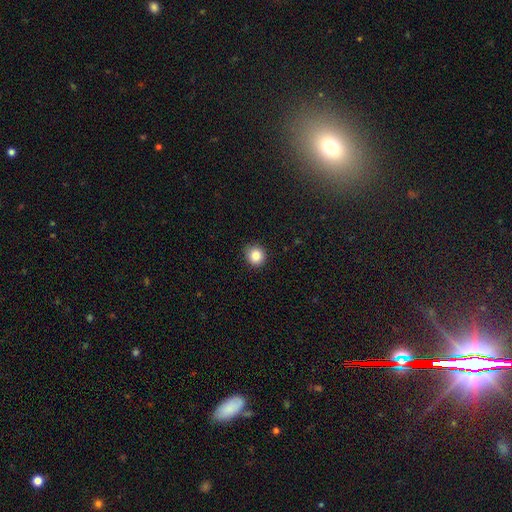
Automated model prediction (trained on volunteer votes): This is clearly a smooth galaxy (86%). How rounded: clearly round (87%). Merging: clearly none (88%).